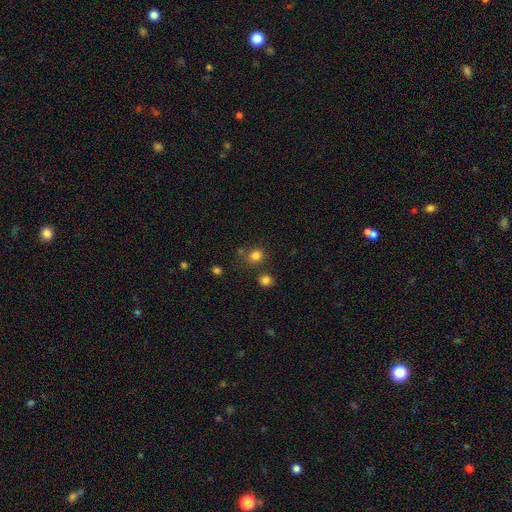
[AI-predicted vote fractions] Smooth or featured? Predicted: smooth (p=0.80). How rounded? Predicted: round (p=0.84). Merging? Predicted: none (p=0.74).